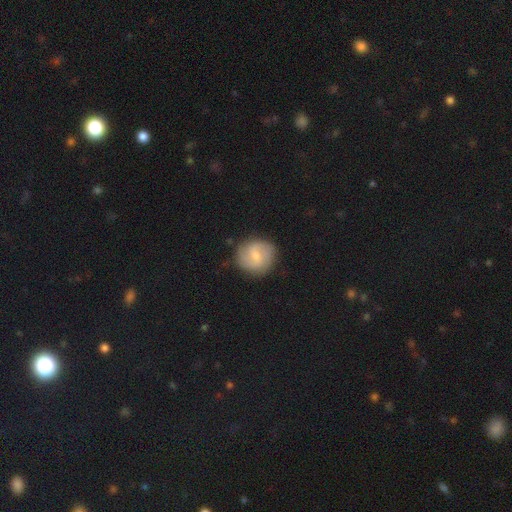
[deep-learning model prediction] A featured or disk galaxy (53%) with a weak bar (59%), spiral arms (85%) and a small central bulge (54%).

Vote fractions:
- Smooth or featured? featured or disk: 53% / smooth: 41% / star or artifact: 6%
- Edge-on disk? no: 98% / yes: 2%
- Bar? weak: 59% / no: 29% / strong: 12%
- Spiral arms? yes: 85% / no: 15%
- Bulge size? small: 54% / moderate: 39% / none: 4% / large: 2% / dominant: 1%
- Merging? none: 83% / minor disturbance: 12% / major disturbance: 4% / merger: 2%